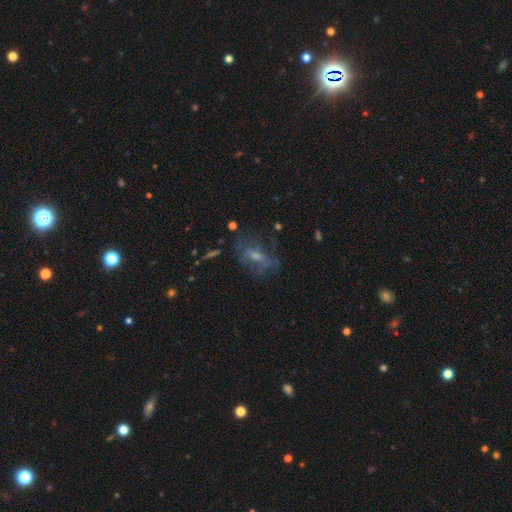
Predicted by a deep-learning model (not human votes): A featured or disk galaxy (53%).

Vote fractions:
- Smooth or featured? featured or disk: 53% / smooth: 31% / star or artifact: 16%
- Edge-on disk? no: 87% / yes: 13%
- Merging? none: 55% / minor disturbance: 21% / major disturbance: 21% / merger: 3%